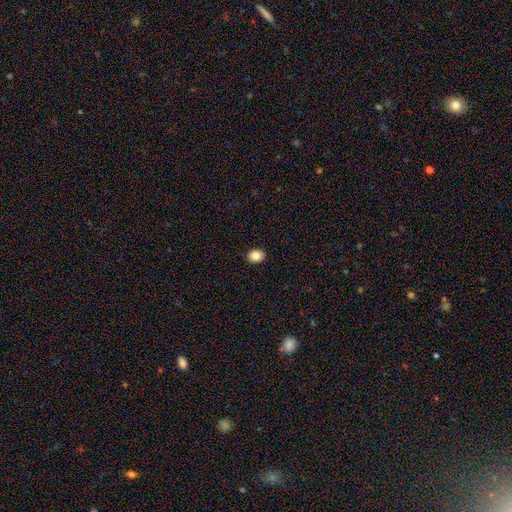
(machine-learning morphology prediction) A smooth galaxy with no disk features (85%) that is in between round and cigar-shaped (56%).

Vote fractions:
- Smooth or featured? smooth: 85% / star or artifact: 9% / featured or disk: 6%
- How rounded? in between: 56% / round: 43% / cigar-shaped: 1%
- Merging? none: 91% / minor disturbance: 6% / major disturbance: 2% / merger: 1%